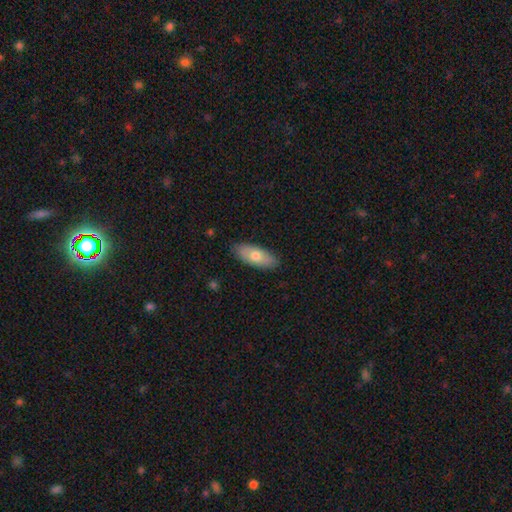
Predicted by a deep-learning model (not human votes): Smooth or featured? Predicted: smooth (p=0.71). How rounded? Predicted: in between (p=0.82). Merging? Predicted: none (p=0.87).